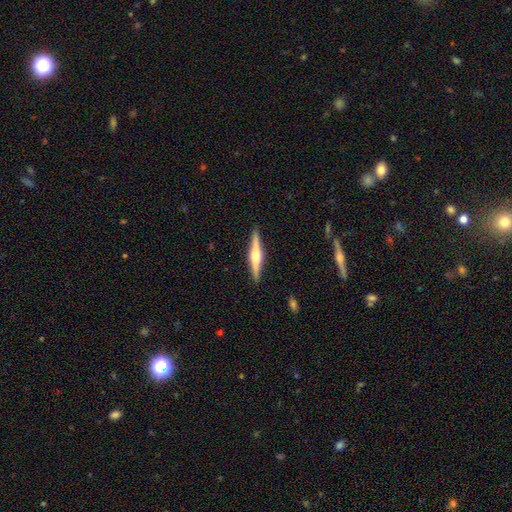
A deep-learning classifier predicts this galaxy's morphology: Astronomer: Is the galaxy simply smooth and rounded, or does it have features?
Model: featured or disk — 69%.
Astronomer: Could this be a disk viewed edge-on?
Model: yes — 98%.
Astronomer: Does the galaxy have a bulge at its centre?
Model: rounded — 84%.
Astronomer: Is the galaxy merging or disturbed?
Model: none — 91%.